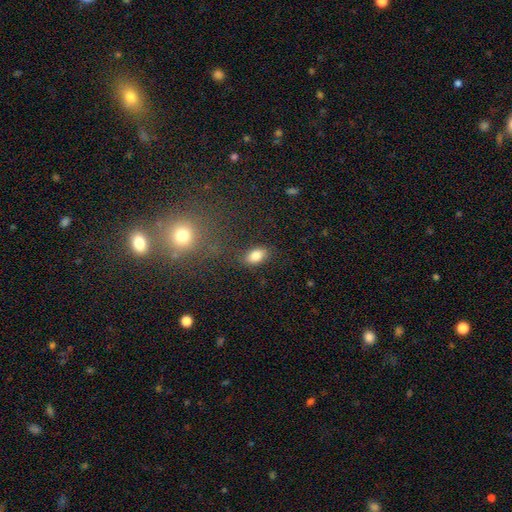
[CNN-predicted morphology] Smooth or featured? Predicted: smooth (p=0.82). How rounded? Predicted: in between (p=0.88). Merging? Predicted: none (p=0.81).